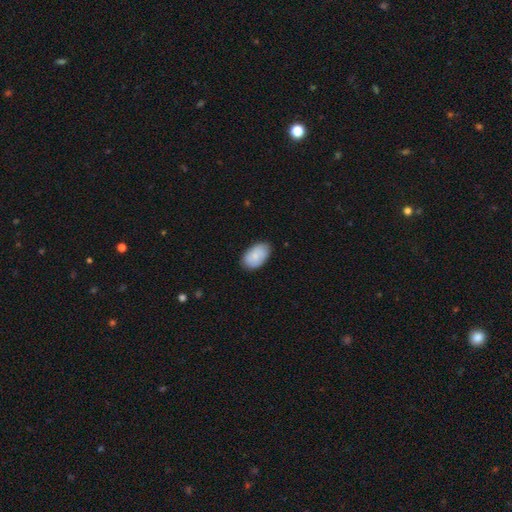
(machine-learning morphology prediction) Q: Smooth or featured?
A: smooth (81%); runner-up: featured or disk (13%)
Q: How rounded?
A: in between (93%); runner-up: round (6%)
Q: Merging?
A: none (82%); runner-up: minor disturbance (15%)